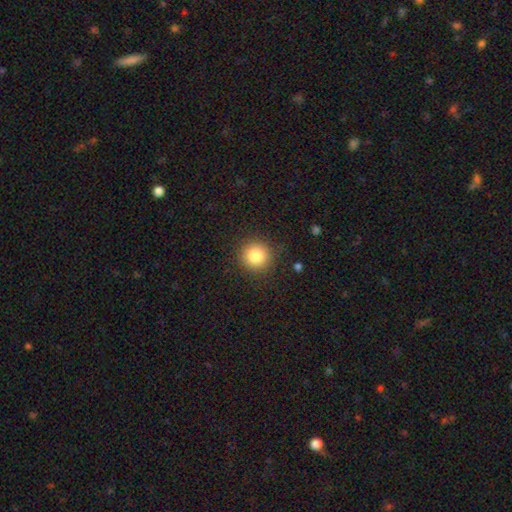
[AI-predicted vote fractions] Smooth or featured?
  - smooth: 84% *
  - star or artifact: 10%
  - featured or disk: 6%
How rounded?
  - round: 93% *
  - in between: 6%
  - cigar-shaped: 1%
Merging?
  - none: 89% *
  - minor disturbance: 7%
  - major disturbance: 3%
  - merger: 1%